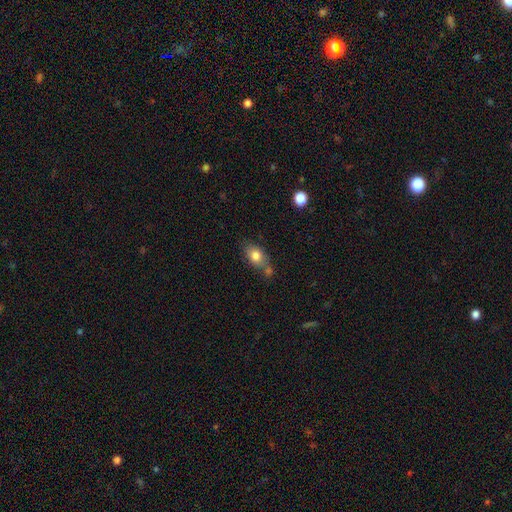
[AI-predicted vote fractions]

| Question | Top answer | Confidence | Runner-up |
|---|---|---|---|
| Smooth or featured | smooth | 78% | featured or disk (13%) |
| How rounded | in between | 73% | round (24%) |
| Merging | none | 52% | merger (24%) |